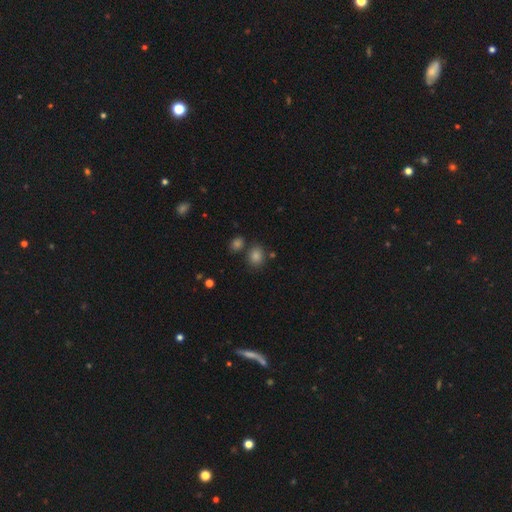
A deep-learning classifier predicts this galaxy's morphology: smooth-or-featured: smooth: 77% | star or artifact: 17% | featured or disk: 6%
  how-rounded: round: 58% | in between: 40% | cigar-shaped: 1%
  merging: none: 76% | merger: 11% | minor disturbance: 10% | major disturbance: 3%